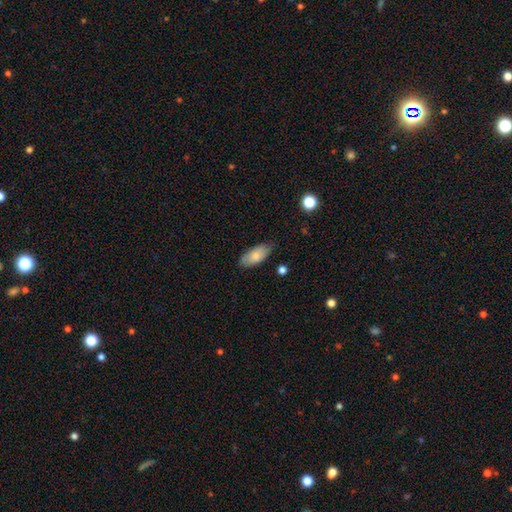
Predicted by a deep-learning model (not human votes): A smooth galaxy with no disk features (78%) that is in between round and cigar-shaped (89%). Merging: none (76%).